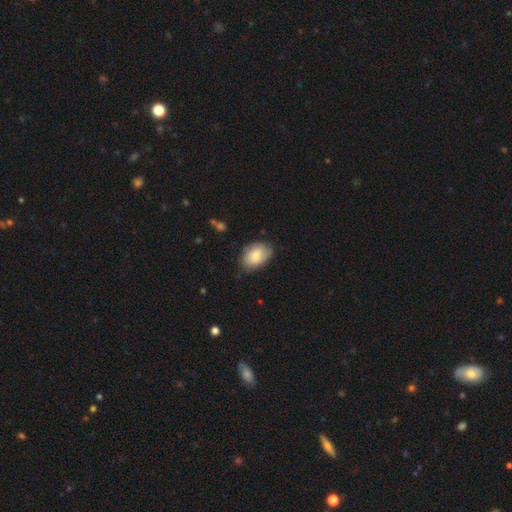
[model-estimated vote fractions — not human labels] This appears to be a smooth galaxy with no disk features (81%) that is in between round and cigar-shaped (86%). Merging: none (73%).